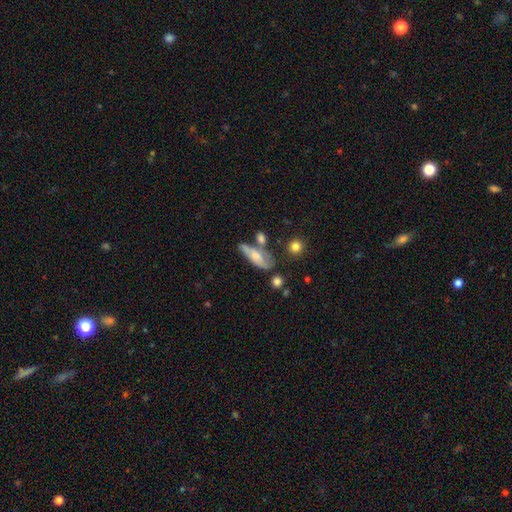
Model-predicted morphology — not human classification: smooth-or-featured: smooth: 52% | featured or disk: 40% | star or artifact: 8%
  how-rounded: in between: 63% | cigar-shaped: 33% | round: 4%
  merging: none: 38% | minor disturbance: 27% | merger: 20% | major disturbance: 15%